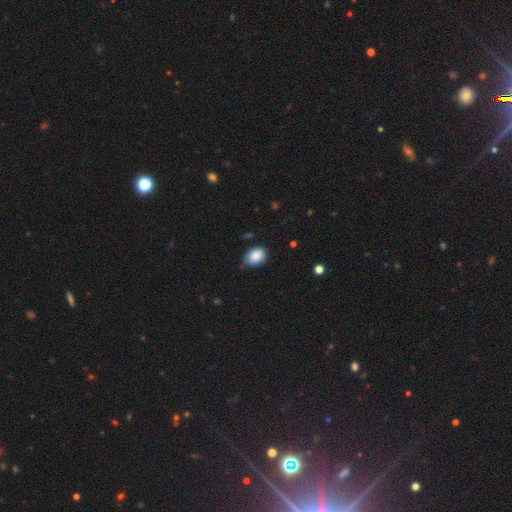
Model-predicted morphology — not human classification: smooth 86%, star or artifact 8%, featured or disk 6%. Down the decision tree: how rounded — in between (78%); merging — none (63%).